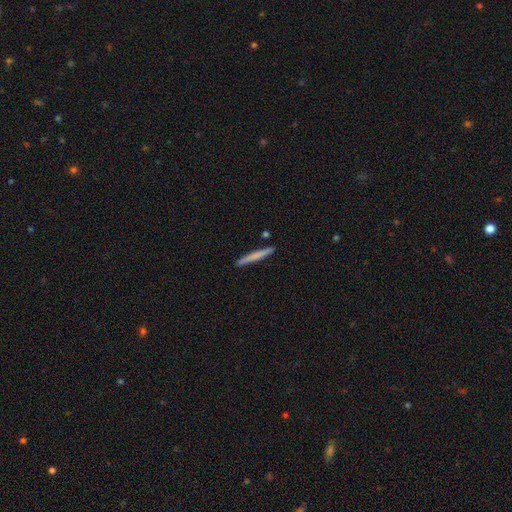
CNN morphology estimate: Q: Smooth or featured?
A: smooth (67%); runner-up: featured or disk (27%)
Q: How rounded?
A: cigar-shaped (97%); runner-up: in between (2%)
Q: Merging?
A: none (90%); runner-up: minor disturbance (7%)